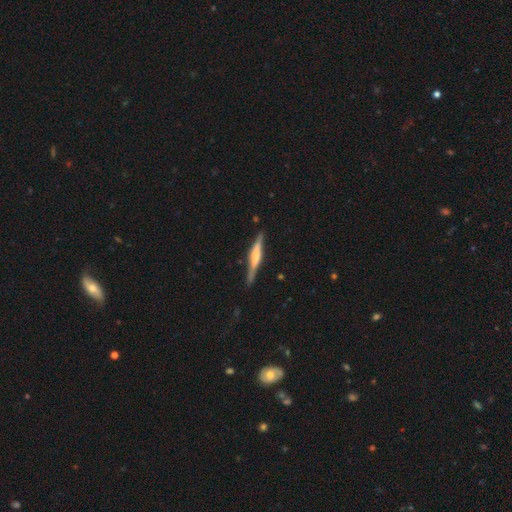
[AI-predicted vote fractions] This appears to be a featured or disk galaxy (65%) viewed edge-on (97%) with a boxy central bulge (49%). Merging: none (84%).